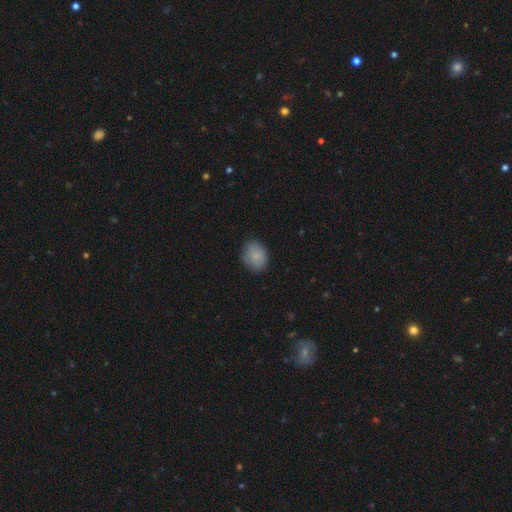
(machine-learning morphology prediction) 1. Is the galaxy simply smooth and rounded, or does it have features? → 86% smooth, 7% star or artifact, 7% featured or disk.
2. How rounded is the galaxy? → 50% in between, 49% round, 1% cigar-shaped.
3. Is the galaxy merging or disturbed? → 82% none, 14% minor disturbance, 3% major disturbance, 1% merger.